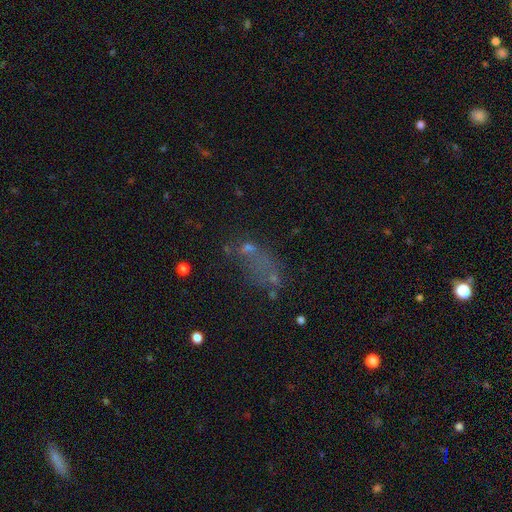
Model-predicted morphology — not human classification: This is marginally a smooth galaxy (40%). Merging: marginally none (41%).